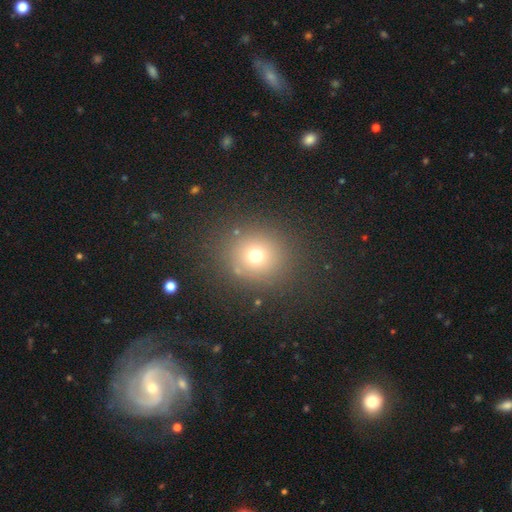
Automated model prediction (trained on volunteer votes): smooth-or-featured: smooth: 70% | star or artifact: 20% | featured or disk: 10%
  how-rounded: round: 86% | in between: 13% | cigar-shaped: 1%
  merging: none: 85% | minor disturbance: 8% | major disturbance: 5% | merger: 2%